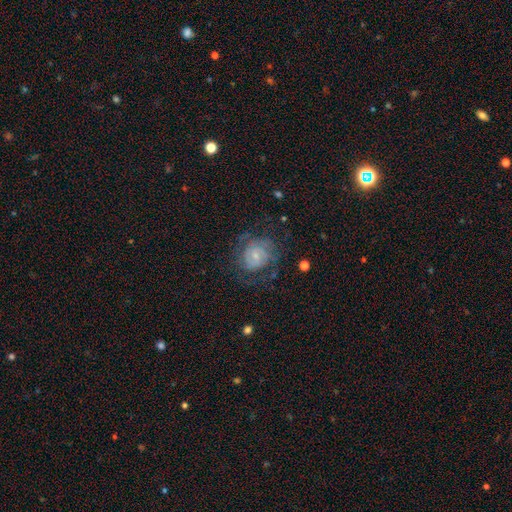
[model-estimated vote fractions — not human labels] smooth-or-featured: featured or disk: 66% | smooth: 26% | star or artifact: 9%
  disk-edge-on: no: 98% | yes: 2%
    bar: no: 54% | weak: 39% | strong: 7%
    has-spiral-arms: yes: 79% | no: 21%
      spiral-winding: tight: 55% | medium: 33% | loose: 12%
      spiral-arm-count: can't tell: 43% | 2: 35% | 3: 8% | 1: 6% | 4: 4% | more than 4: 3%
    bulge-size: small: 68% | moderate: 22% | none: 6% | large: 2% | dominant: 1%
  merging: none: 59% | minor disturbance: 20% | major disturbance: 19% | merger: 2%